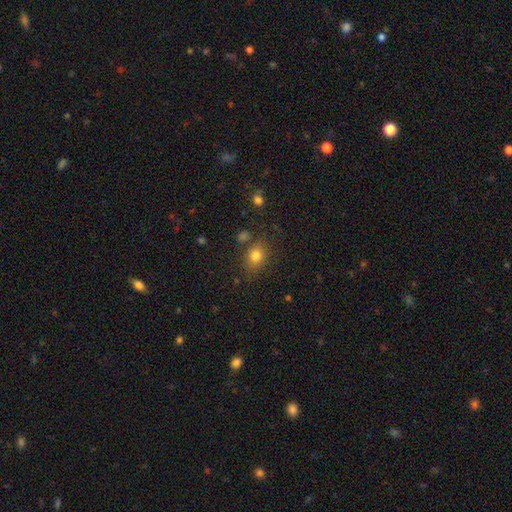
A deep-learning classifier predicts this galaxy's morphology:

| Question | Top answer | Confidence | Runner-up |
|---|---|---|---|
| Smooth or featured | smooth | 79% | star or artifact (13%) |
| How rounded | in between | 51% | round (47%) |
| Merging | none | 74% | minor disturbance (15%) |